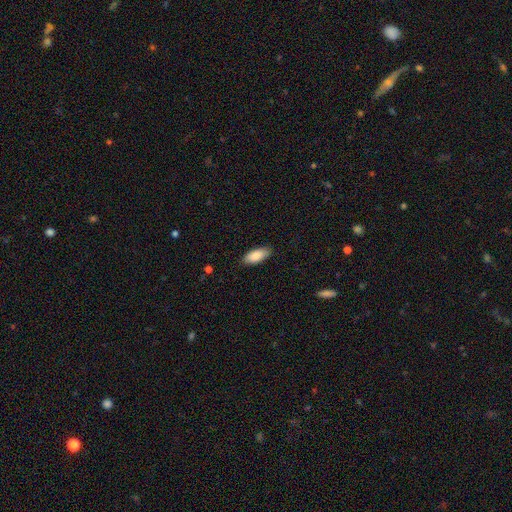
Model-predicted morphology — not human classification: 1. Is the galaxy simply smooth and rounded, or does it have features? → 87% smooth, 7% featured or disk, 6% star or artifact.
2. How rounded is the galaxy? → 84% in between, 14% cigar-shaped, 2% round.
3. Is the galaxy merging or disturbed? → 87% none, 10% minor disturbance, 2% major disturbance, 1% merger.